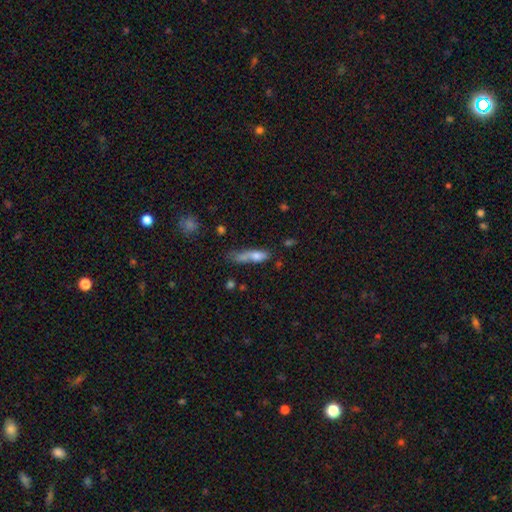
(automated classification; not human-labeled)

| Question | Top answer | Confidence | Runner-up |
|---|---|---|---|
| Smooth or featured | smooth | 69% | featured or disk (20%) |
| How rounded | cigar-shaped | 54% | in between (40%) |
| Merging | none | 29% | merger (27%) |